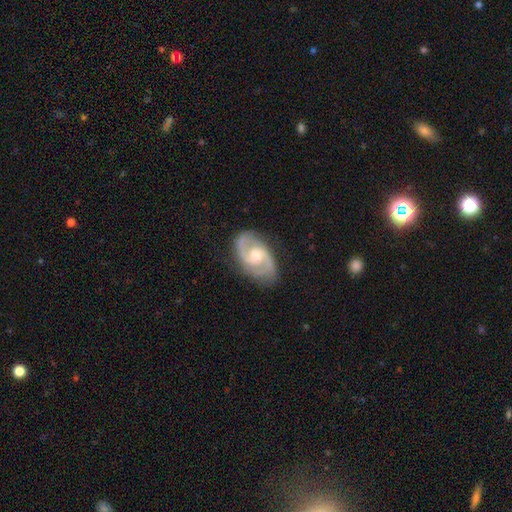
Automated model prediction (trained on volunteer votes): Overall: featured or disk (90%). Edge-on disk: no (97%). Bar: weak (48%; no 44%). Spiral arms: yes (98%). Spiral arm count: 2 (92%). Spiral winding: medium (57%; tight 31%). Bulge size: moderate (59%; small 29%). Merging: none (82%).